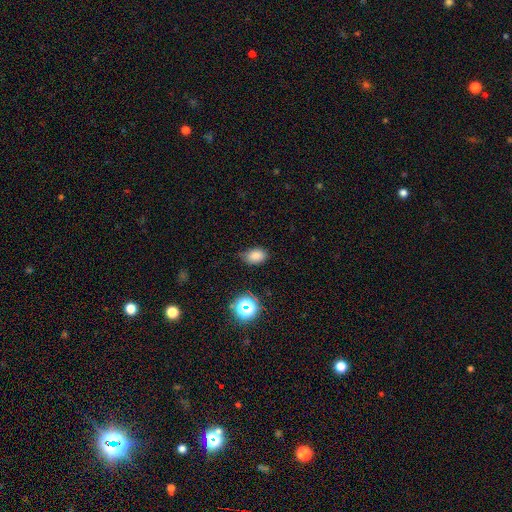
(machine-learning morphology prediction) Smooth or featured?
  - smooth: 80% *
  - star or artifact: 14%
  - featured or disk: 6%
How rounded?
  - in between: 80% *
  - round: 18%
  - cigar-shaped: 1%
Merging?
  - none: 65% *
  - minor disturbance: 28%
  - major disturbance: 5%
  - merger: 2%